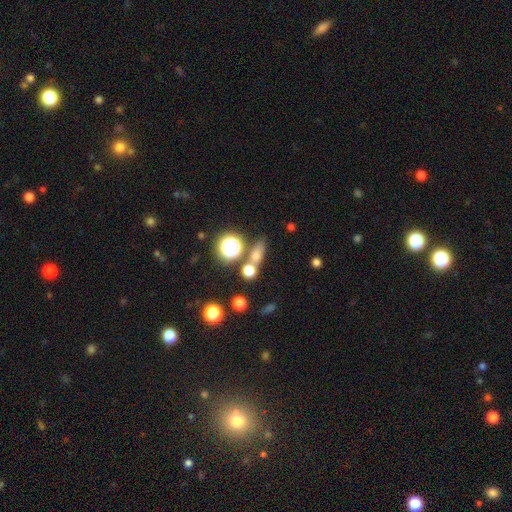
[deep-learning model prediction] Smooth or featured?
  - smooth: 59% *
  - star or artifact: 26%
  - featured or disk: 15%
How rounded?
  - in between: 42% *
  - round: 36%
  - cigar-shaped: 22%
Merging?
  - none: 67% *
  - merger: 17%
  - minor disturbance: 11%
  - major disturbance: 5%